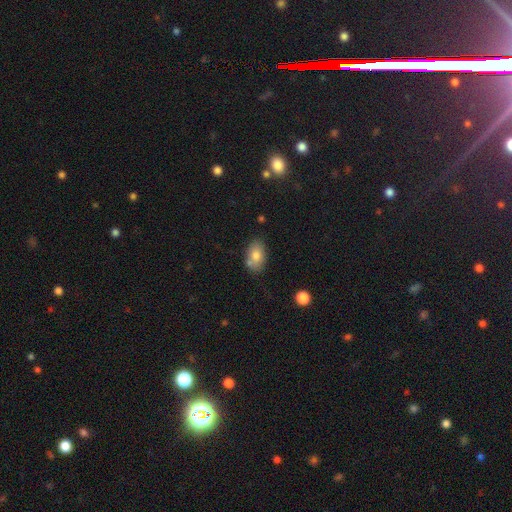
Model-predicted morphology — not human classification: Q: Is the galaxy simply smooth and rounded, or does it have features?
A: smooth — 77%.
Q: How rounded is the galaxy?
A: in between — 87%.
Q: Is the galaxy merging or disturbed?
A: none — 69%.